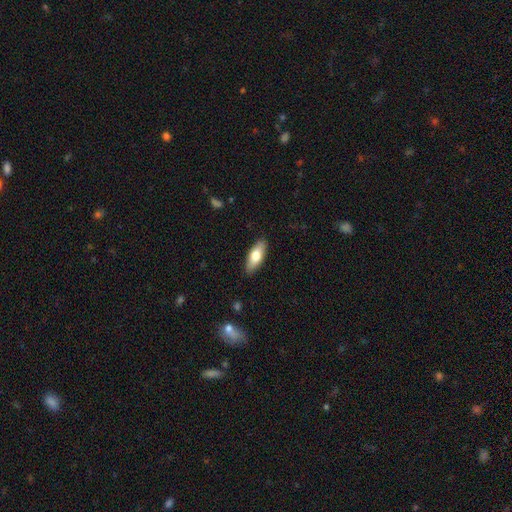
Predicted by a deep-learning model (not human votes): Smooth or featured?
  - smooth: 70% *
  - featured or disk: 25%
  - star or artifact: 6%
How rounded?
  - in between: 70% *
  - cigar-shaped: 28%
  - round: 3%
Merging?
  - none: 89% *
  - minor disturbance: 8%
  - major disturbance: 2%
  - merger: 1%